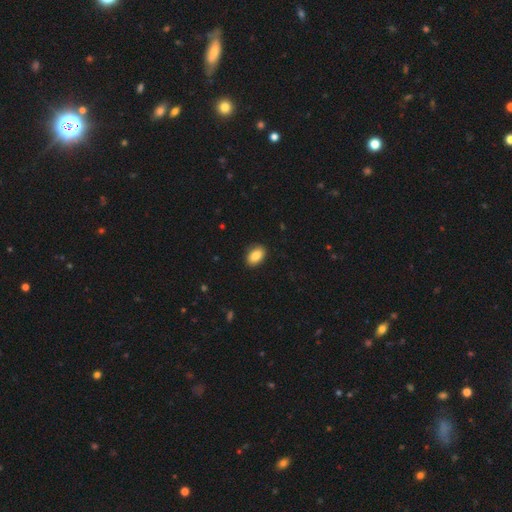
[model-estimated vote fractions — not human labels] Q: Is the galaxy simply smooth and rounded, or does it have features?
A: smooth — 87%.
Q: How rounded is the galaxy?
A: in between — 89%.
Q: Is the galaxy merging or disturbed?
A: none — 88%.